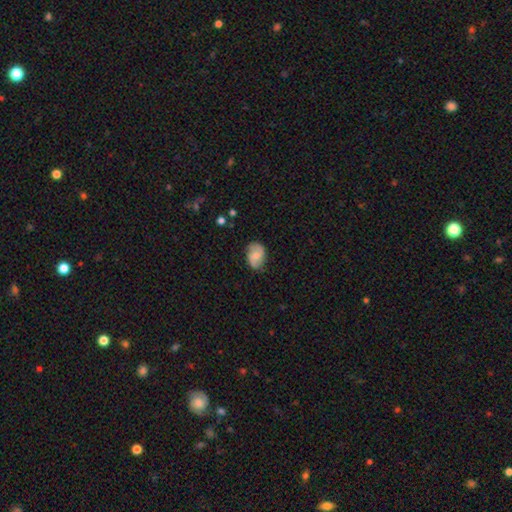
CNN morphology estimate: This appears to be a featured or disk galaxy (50%). Merging: none (74%).